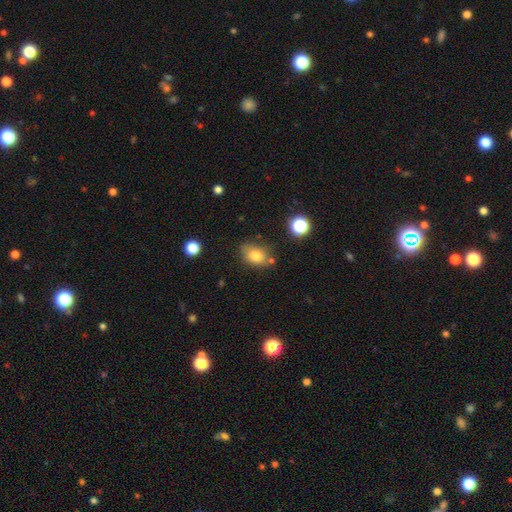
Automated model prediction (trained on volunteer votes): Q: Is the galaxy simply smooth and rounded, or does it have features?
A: smooth — 79%.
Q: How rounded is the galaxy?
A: in between — 72%.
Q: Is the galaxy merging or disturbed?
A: none — 70%.